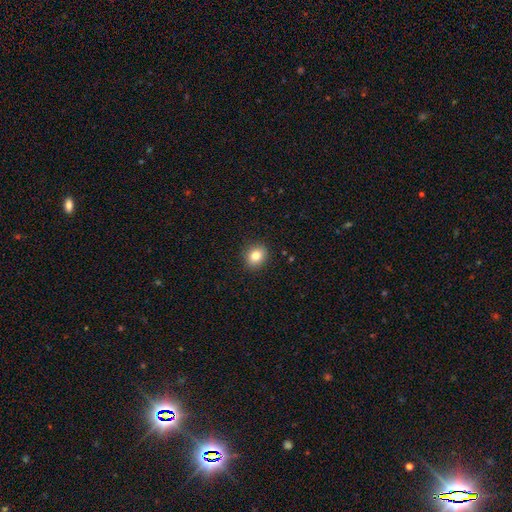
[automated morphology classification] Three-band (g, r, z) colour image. It shows a smooth galaxy with no disk features (82%) that is round (66%). Merging: none (90%).